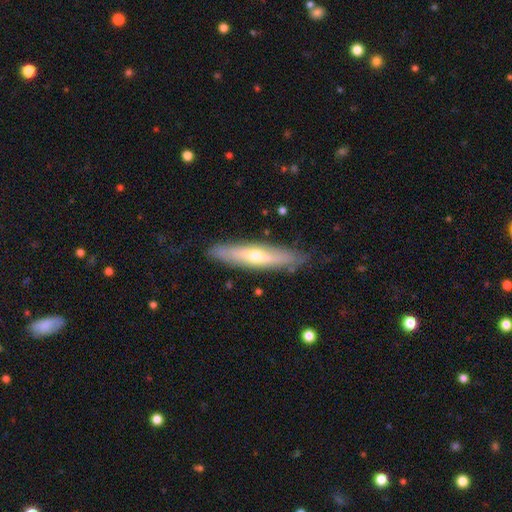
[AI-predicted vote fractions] This is possibly a featured or disk galaxy (54%). It is likely viewed edge-on (73%). Merging: clearly none (83%).